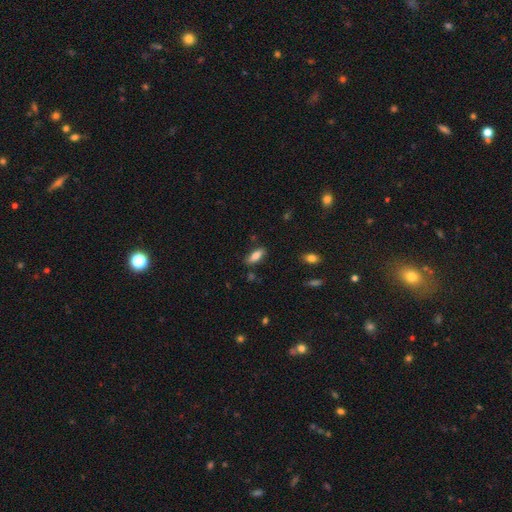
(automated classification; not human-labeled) Smooth or featured? smooth (81%)
How rounded? in between (75%)
Merging? none (78%)